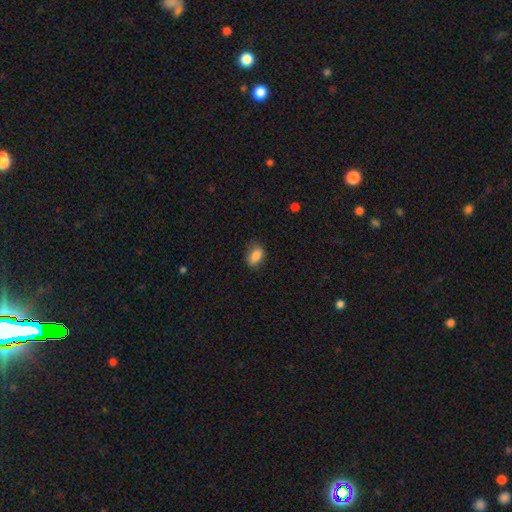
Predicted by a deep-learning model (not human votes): Morphology: type=smooth (86%); roundness=in between (85%); merging=none (73%).